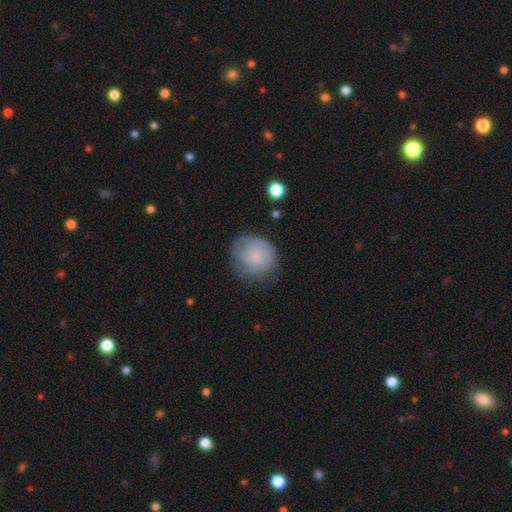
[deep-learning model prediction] This appears to be a smooth galaxy with no disk features (62%) that is round (81%). Merging: none (60%).